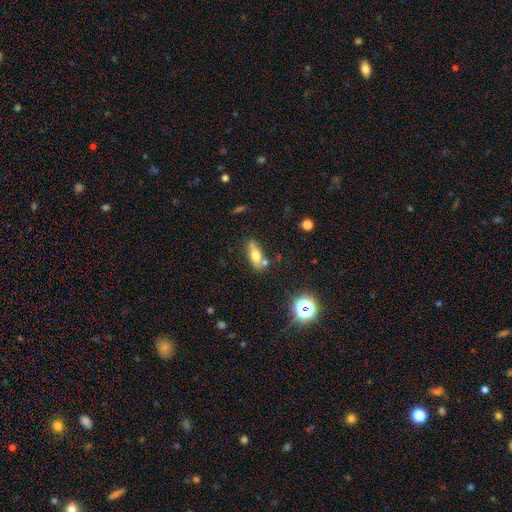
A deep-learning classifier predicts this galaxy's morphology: Smooth or featured? smooth (62%)
How rounded? in between (71%)
Merging? none (64%)